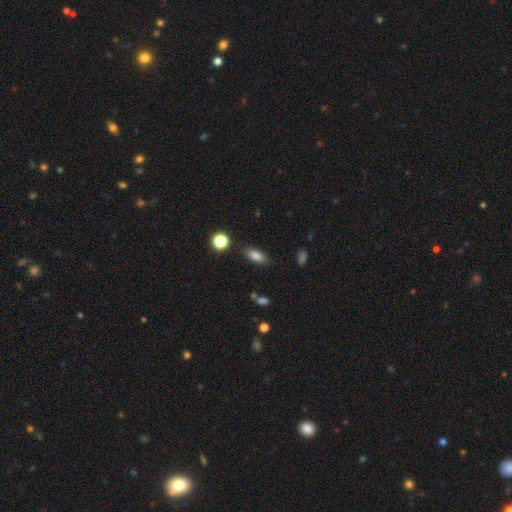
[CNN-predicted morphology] The model was most divided on "how rounded": in between: 79%, cigar-shaped: 16%, round: 5%. More confident: merging — none (83%); smooth or featured — smooth (80%).